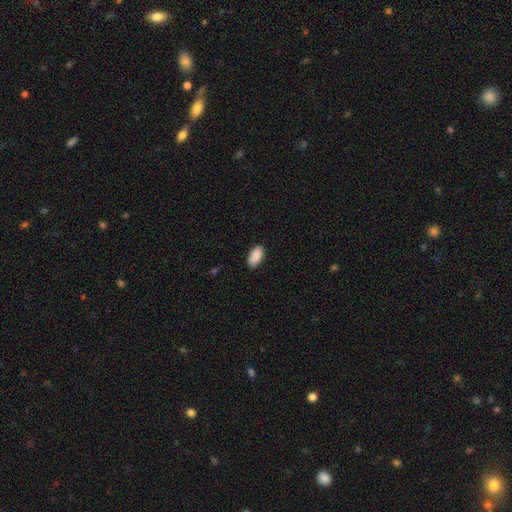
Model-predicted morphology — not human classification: smooth_or_featured: smooth (p=0.90) [alt: star or artifact p=0.07]
how_rounded: in between (p=0.94) [alt: cigar-shaped p=0.03]
merging: none (p=0.85) [alt: minor disturbance p=0.12]